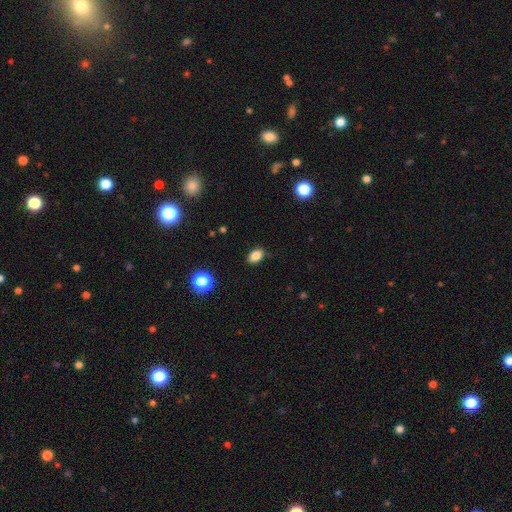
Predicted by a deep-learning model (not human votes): smooth-or-featured: smooth: 85% | star or artifact: 10% | featured or disk: 5%
  how-rounded: in between: 84% | round: 15% | cigar-shaped: 2%
  merging: none: 86% | minor disturbance: 11% | major disturbance: 2% | merger: 1%